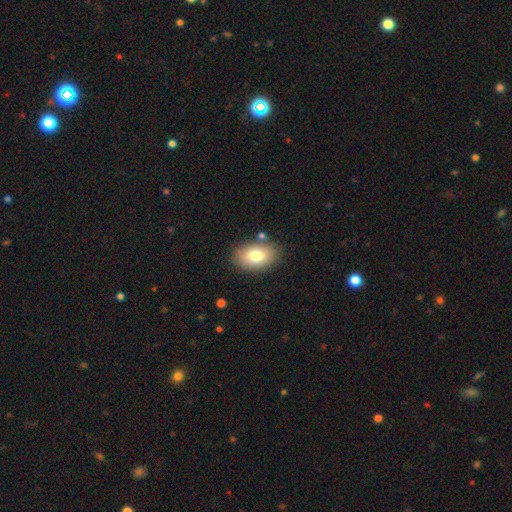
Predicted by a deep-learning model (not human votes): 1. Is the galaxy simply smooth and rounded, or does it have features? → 77% smooth, 15% featured or disk, 9% star or artifact.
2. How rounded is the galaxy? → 86% in between, 13% round, 1% cigar-shaped.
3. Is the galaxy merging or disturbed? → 81% none, 11% minor disturbance, 4% merger, 3% major disturbance.